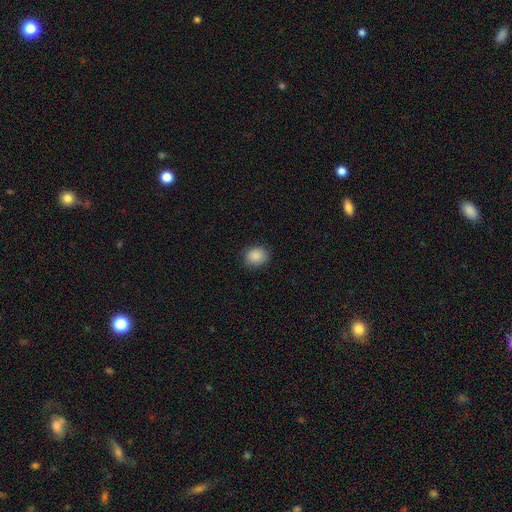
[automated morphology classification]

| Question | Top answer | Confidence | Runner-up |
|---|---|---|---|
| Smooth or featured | smooth | 87% | star or artifact (8%) |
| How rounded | round | 62% | in between (37%) |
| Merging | none | 83% | minor disturbance (13%) |